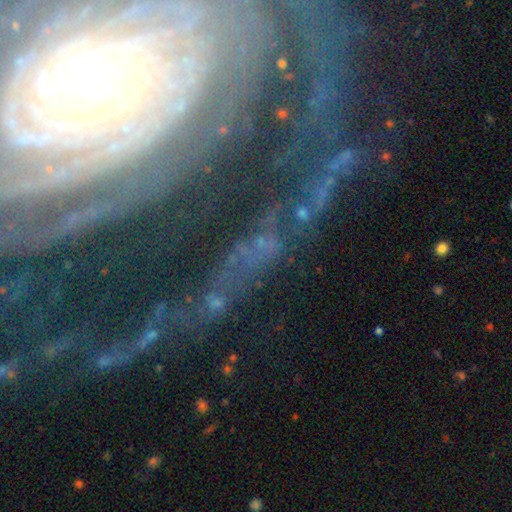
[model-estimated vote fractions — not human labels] This is possibly a featured or disk galaxy (50%). It is likely not viewed edge-on (76%). Merging: likely none (64%).